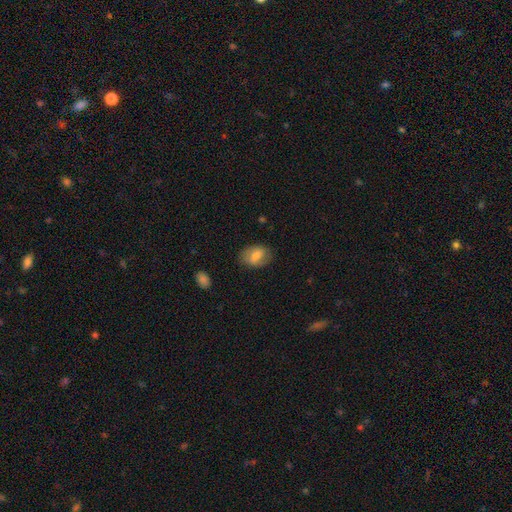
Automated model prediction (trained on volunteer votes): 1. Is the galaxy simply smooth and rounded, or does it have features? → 68% smooth, 25% featured or disk, 7% star or artifact.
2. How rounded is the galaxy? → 79% in between, 20% round, 1% cigar-shaped.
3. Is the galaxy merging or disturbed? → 77% none, 16% minor disturbance, 5% major disturbance, 1% merger.